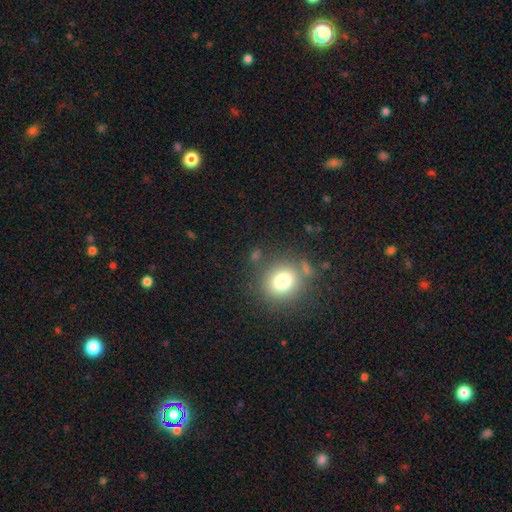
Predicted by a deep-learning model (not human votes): Smooth or featured? Predicted: smooth (p=0.75). How rounded? Predicted: round (p=0.75). Merging? Predicted: none (p=0.78).